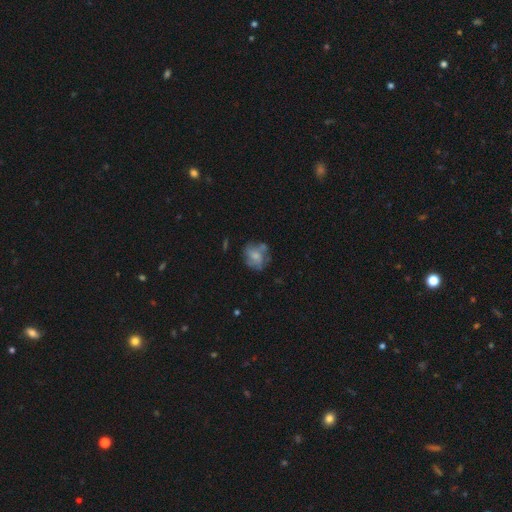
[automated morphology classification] Smooth or featured: smooth — 45% (tied with featured or disk — 45%)
Merging: none — 54% (minor disturbance — 24%)